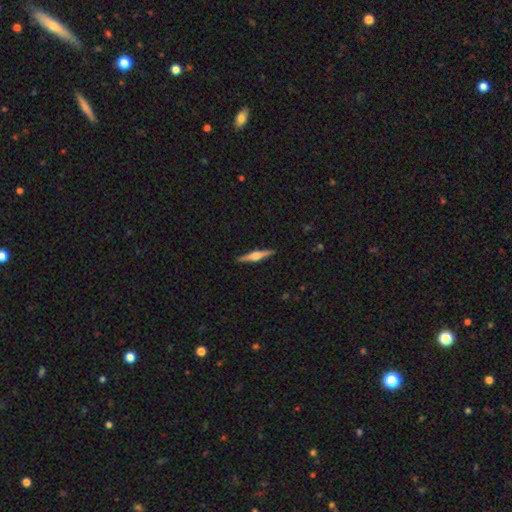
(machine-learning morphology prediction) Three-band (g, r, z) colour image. It shows a featured or disk galaxy (72%) viewed edge-on (98%) with a rounded central bulge (87%). Merging: none (91%).